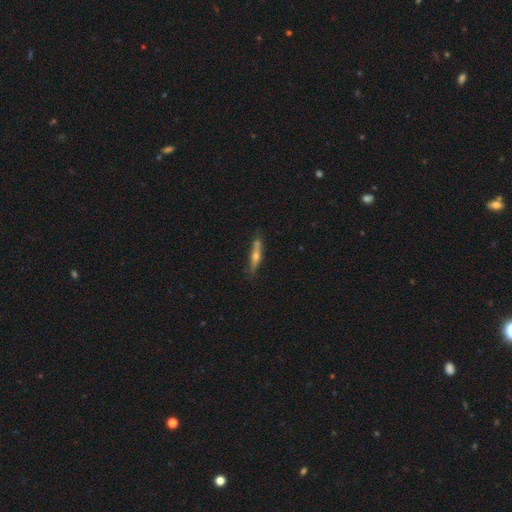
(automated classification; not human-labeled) This is possibly a featured or disk galaxy (56%). It is clearly viewed edge-on (90%). Edge-on bulge: clearly rounded (89%). Merging: likely none (71%).